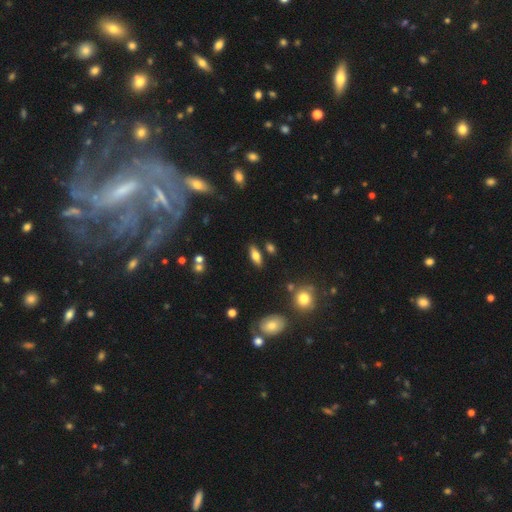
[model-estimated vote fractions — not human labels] Q: Smooth or featured?
A: smooth (66%); runner-up: featured or disk (25%)
Q: How rounded?
A: in between (75%); runner-up: cigar-shaped (22%)
Q: Merging?
A: none (83%); runner-up: minor disturbance (10%)